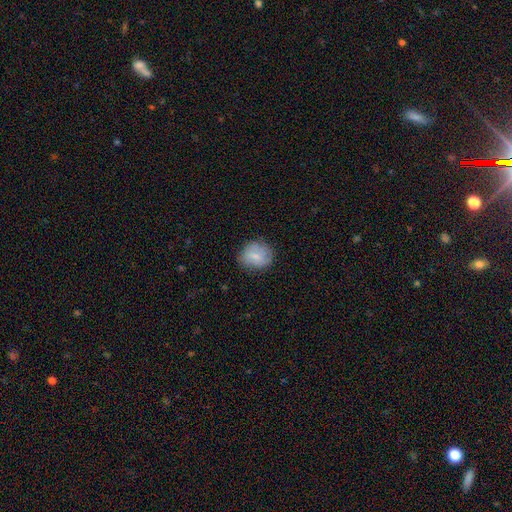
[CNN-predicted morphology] Smooth or featured?
  - smooth: 77% *
  - featured or disk: 15%
  - star or artifact: 8%
How rounded?
  - round: 68% *
  - in between: 31%
  - cigar-shaped: 1%
Merging?
  - none: 73% *
  - minor disturbance: 21%
  - major disturbance: 6%
  - merger: 1%